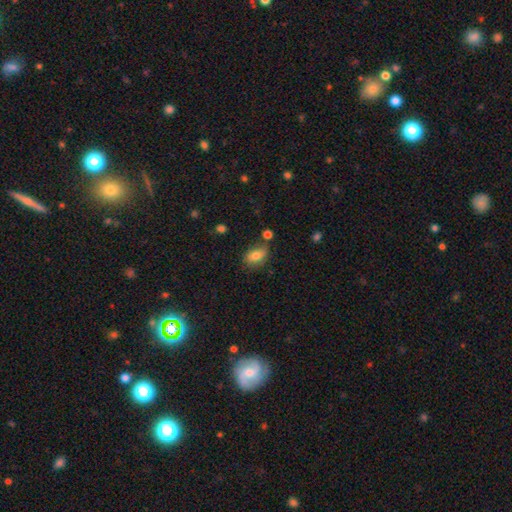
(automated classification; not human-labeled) This appears to be a smooth galaxy with no disk features (79%) that is in between round and cigar-shaped (83%). Merging: none (66%).